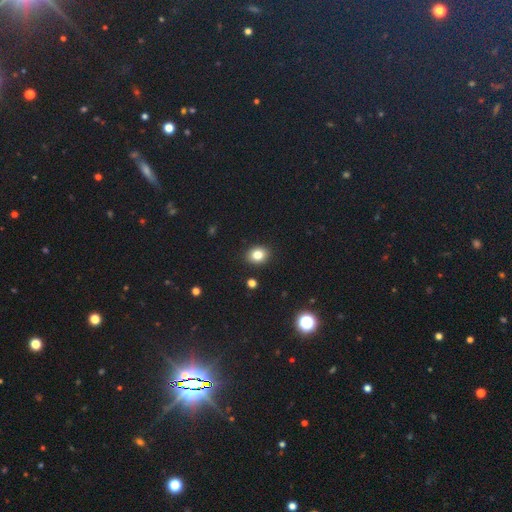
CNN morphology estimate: This is likely a star or artifact rather than a galaxy (75%).